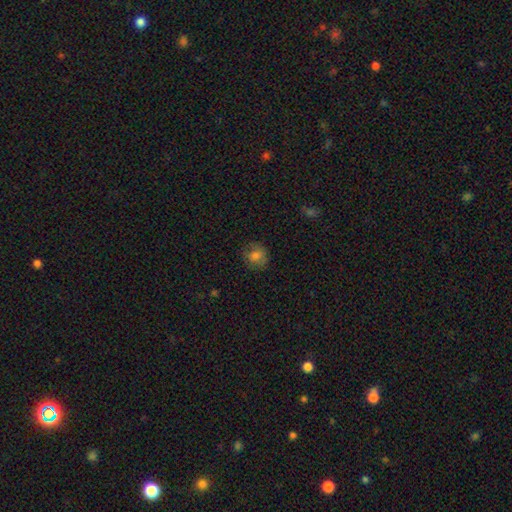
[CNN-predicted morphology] The model was most divided on "how rounded": round: 79%, in between: 20%, cigar-shaped: 1%. More confident: merging — none (79%); smooth or featured — smooth (78%).